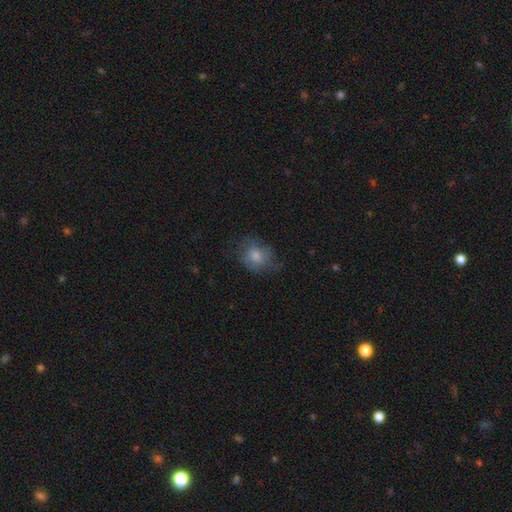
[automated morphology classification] Overall: smooth (68%). How rounded: round (57%; in between 42%). Merging: none (52%; minor disturbance 27%).